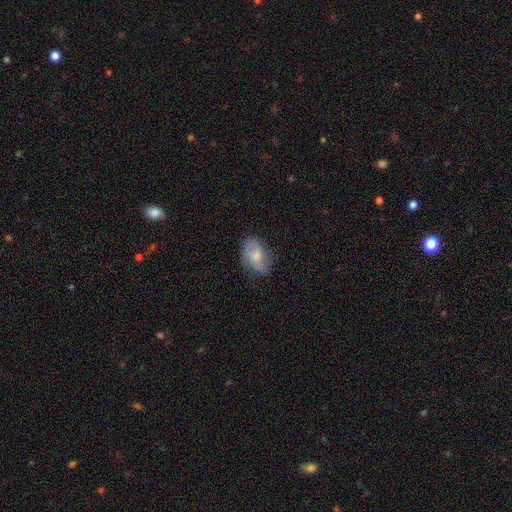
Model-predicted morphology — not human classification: A smooth galaxy with no disk features (63%) that is in between round and cigar-shaped (85%). Merging: none (64%).